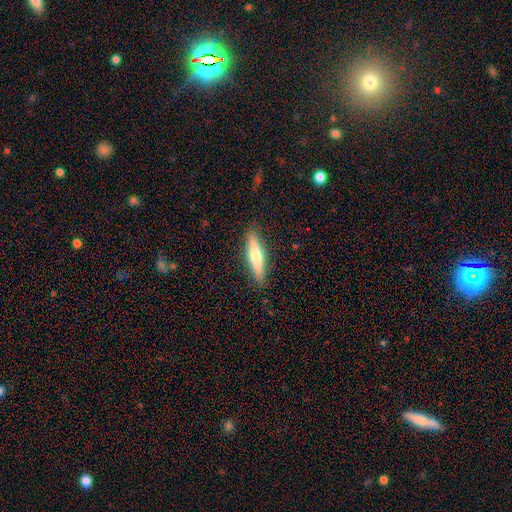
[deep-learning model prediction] A smooth galaxy with no disk features (49%). Merging: none (89%).